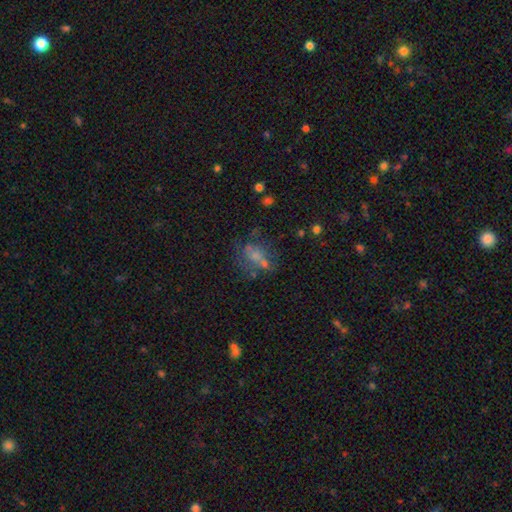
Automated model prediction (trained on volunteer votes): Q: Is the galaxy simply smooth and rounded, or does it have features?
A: smooth — 41%.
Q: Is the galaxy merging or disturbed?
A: none — 43%.